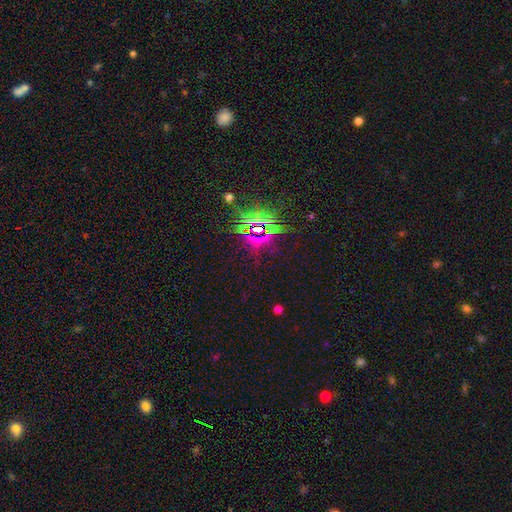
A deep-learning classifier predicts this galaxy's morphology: Smooth or featured: star or artifact — 84% (smooth — 8%)